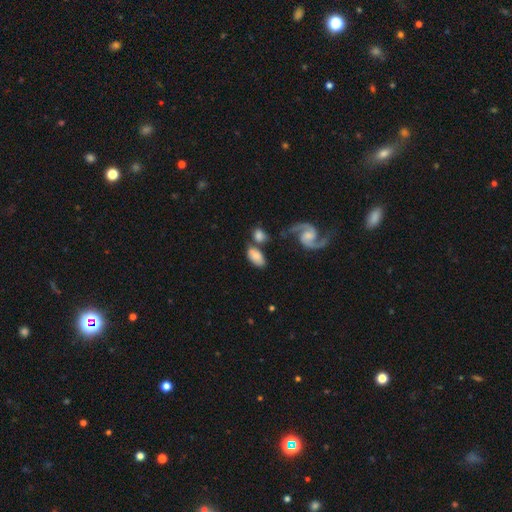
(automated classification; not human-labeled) Overall: smooth (60%; featured or disk 32%). How rounded: in between (90%). Merging: none (49%; merger 27%).